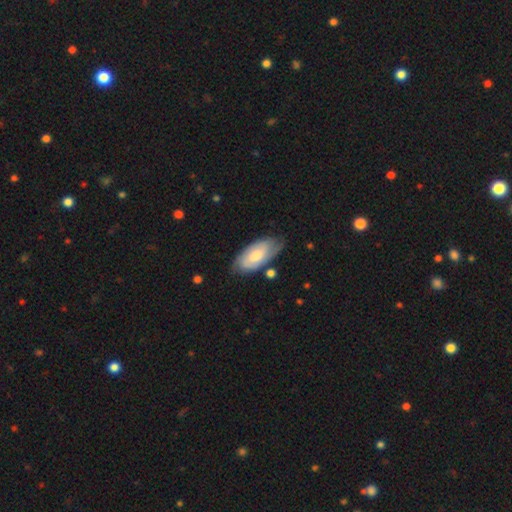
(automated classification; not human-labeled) Smooth or featured: featured or disk — 52% (smooth — 43%)
Edge-on disk: no — 90% (yes — 10%)
Merging: none — 66% (minor disturbance — 24%)